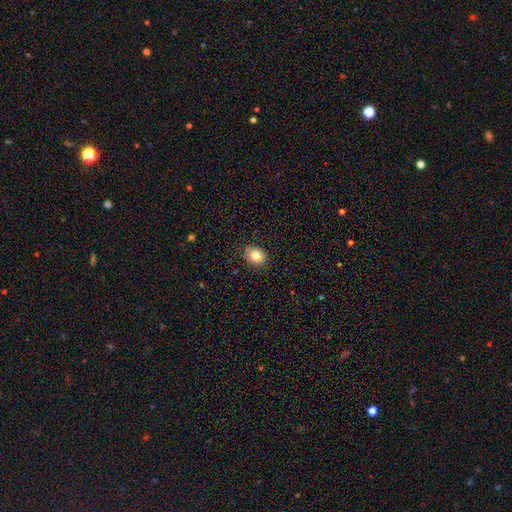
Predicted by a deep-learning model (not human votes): Smooth or featured?
  - smooth: 81% *
  - star or artifact: 10%
  - featured or disk: 9%
How rounded?
  - round: 58% *
  - in between: 42%
  - cigar-shaped: 1%
Merging?
  - none: 88% *
  - minor disturbance: 9%
  - major disturbance: 2%
  - merger: 1%